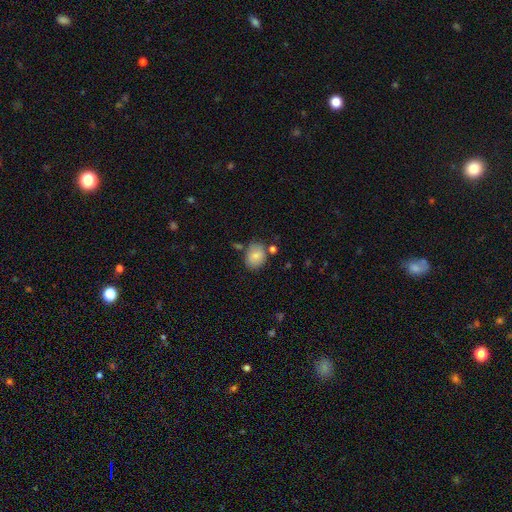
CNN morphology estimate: A smooth galaxy with no disk features (80%) that is in between round and cigar-shaped (53%). Merging: none (67%).